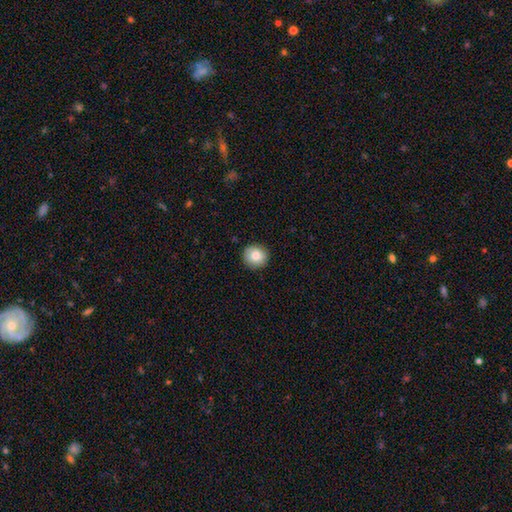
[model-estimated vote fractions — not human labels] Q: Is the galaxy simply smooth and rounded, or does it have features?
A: smooth — 84%.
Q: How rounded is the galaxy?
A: round — 91%.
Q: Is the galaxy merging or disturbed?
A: none — 90%.